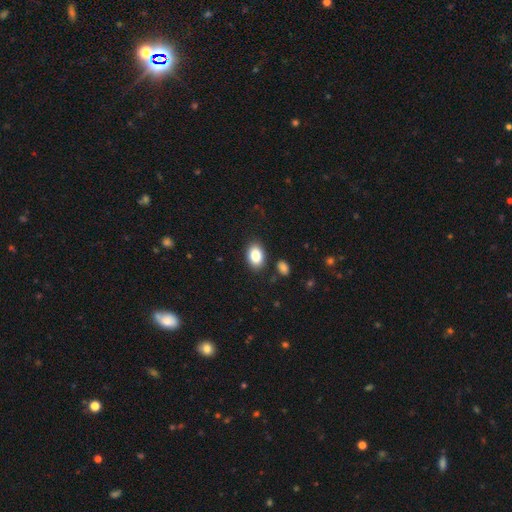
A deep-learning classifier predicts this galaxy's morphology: A smooth galaxy with no disk features (86%) that is in between round and cigar-shaped (84%).

Vote fractions:
- Smooth or featured? smooth: 86% / star or artifact: 8% / featured or disk: 6%
- How rounded? in between: 84% / round: 15% / cigar-shaped: 1%
- Merging? none: 85% / minor disturbance: 9% / merger: 3% / major disturbance: 3%